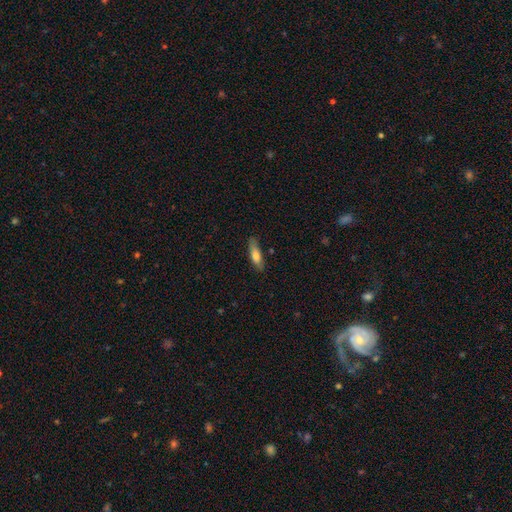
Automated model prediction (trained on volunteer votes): This appears to be a smooth galaxy with no disk features (73%) that is cigar-shaped (57%). Merging: none (79%).